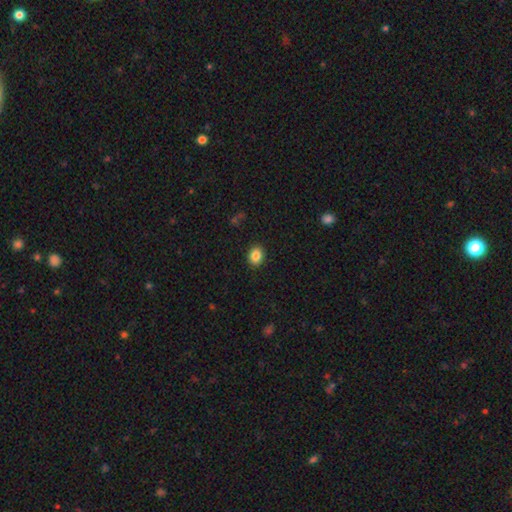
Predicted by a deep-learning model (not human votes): A smooth galaxy with no disk features (86%) that is round (53%). Merging: none (90%).